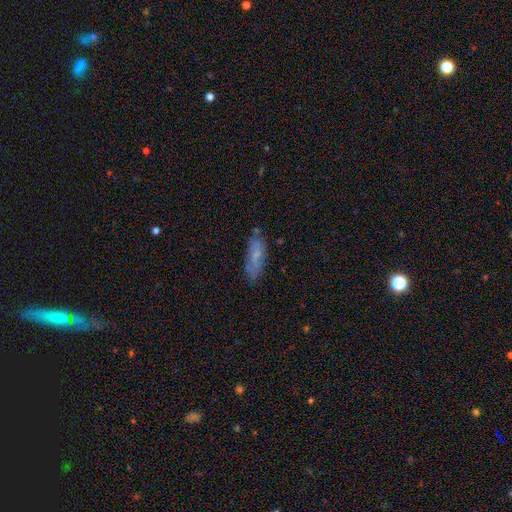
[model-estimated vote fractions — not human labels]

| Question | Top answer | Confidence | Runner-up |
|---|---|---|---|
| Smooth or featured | featured or disk | 46% | smooth (45%) |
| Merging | none | 68% | minor disturbance (22%) |